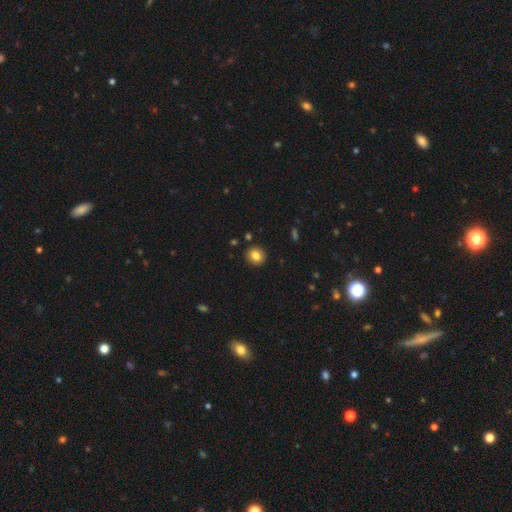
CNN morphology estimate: Smooth or featured: smooth — 82% (star or artifact — 10%)
How rounded: round — 81% (in between — 18%)
Merging: none — 91% (minor disturbance — 6%)